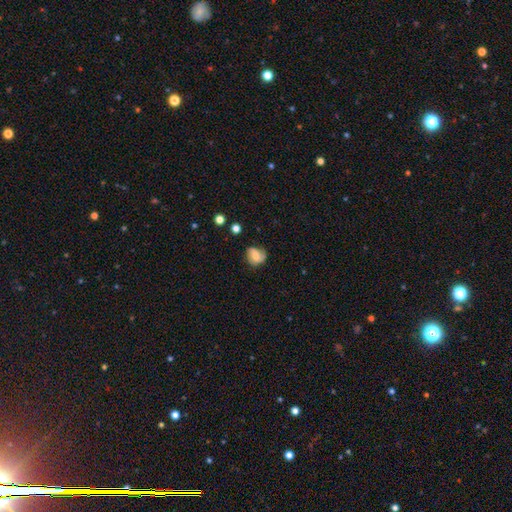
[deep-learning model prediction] smooth-or-featured: smooth: 54% | featured or disk: 37% | star or artifact: 9%
  how-rounded: round: 65% | in between: 34% | cigar-shaped: 1%
  merging: none: 60% | minor disturbance: 27% | major disturbance: 10% | merger: 2%